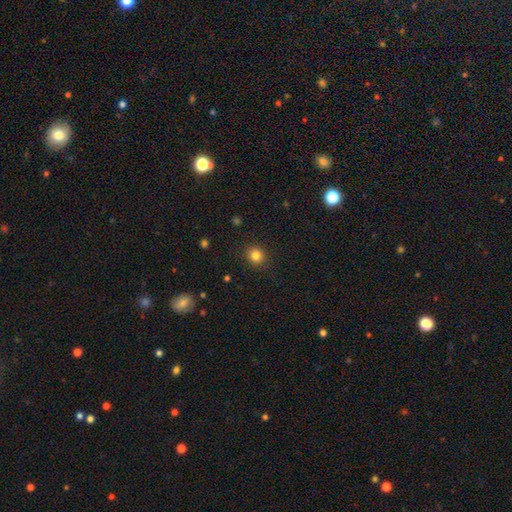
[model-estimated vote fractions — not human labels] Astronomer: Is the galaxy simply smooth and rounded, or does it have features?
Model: smooth — 83%.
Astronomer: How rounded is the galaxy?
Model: round — 87%.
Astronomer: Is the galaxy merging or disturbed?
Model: none — 90%.